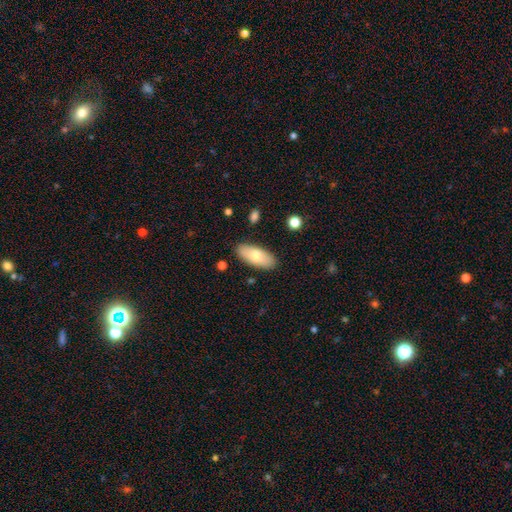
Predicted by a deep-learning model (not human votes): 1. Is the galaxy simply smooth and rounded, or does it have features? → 75% smooth, 20% featured or disk, 6% star or artifact.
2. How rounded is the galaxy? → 87% in between, 11% cigar-shaped, 2% round.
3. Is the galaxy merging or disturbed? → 87% none, 10% minor disturbance, 2% major disturbance, 2% merger.